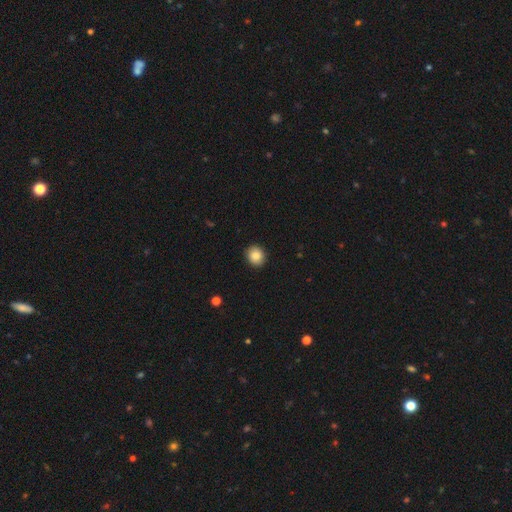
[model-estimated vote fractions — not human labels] Morphology: type=smooth (86%); roundness=round (77%); merging=none (91%).